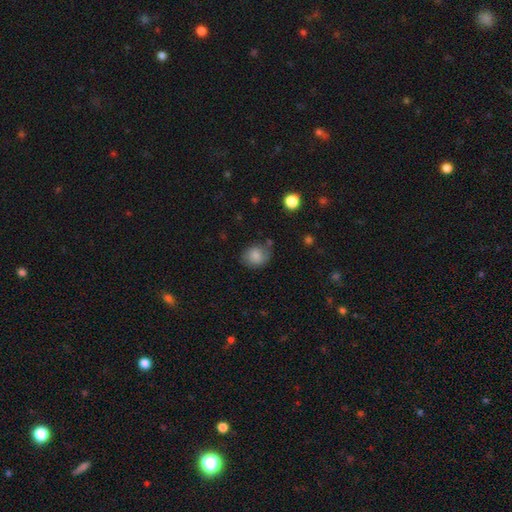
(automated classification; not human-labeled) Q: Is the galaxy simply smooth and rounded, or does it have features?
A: smooth — 79%.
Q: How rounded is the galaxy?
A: round — 63%.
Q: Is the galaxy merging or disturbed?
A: none — 69%.